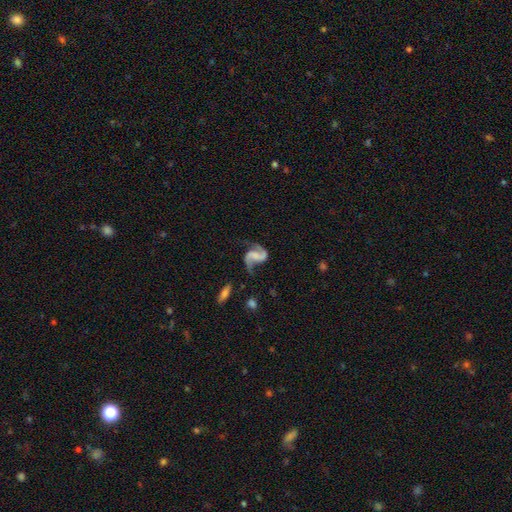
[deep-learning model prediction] featured or disk 89%, smooth 6%, star or artifact 5%. Down the decision tree: edge-on disk — no (98%); bar — no (40%); spiral arms — yes (97%); spiral arm count — 2 (92%); spiral winding — loose (57%); bulge size — none (66%); merging — none (66%).